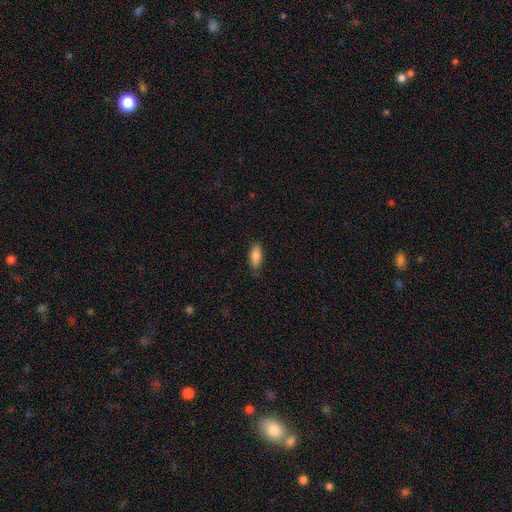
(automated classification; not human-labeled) Q: Smooth or featured?
A: smooth (84%); runner-up: featured or disk (9%)
Q: How rounded?
A: in between (83%); runner-up: cigar-shaped (15%)
Q: Merging?
A: none (80%); runner-up: minor disturbance (16%)